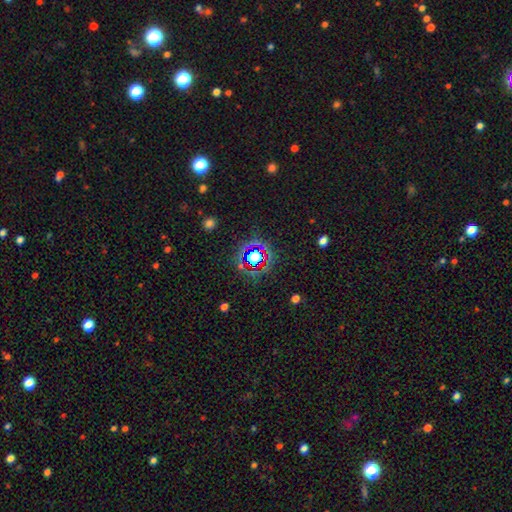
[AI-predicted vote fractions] A star or artifact, not a galaxy (67%).

Vote fractions:
- Smooth or featured? star or artifact: 67% / smooth: 22% / featured or disk: 11%